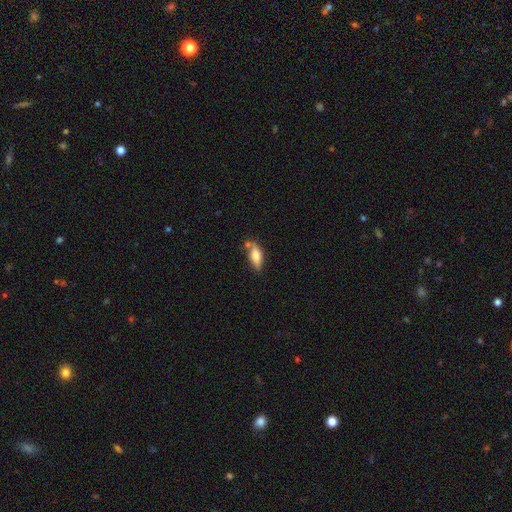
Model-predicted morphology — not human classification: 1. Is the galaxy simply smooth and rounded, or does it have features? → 70% smooth, 23% featured or disk, 7% star or artifact.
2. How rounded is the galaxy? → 73% in between, 24% cigar-shaped, 3% round.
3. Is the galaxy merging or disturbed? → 62% none, 20% minor disturbance, 14% merger, 5% major disturbance.